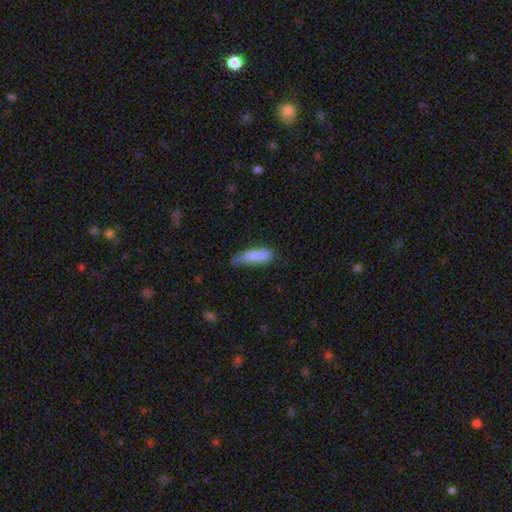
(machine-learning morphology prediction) The model was most divided on "merging": none: 50%, minor disturbance: 37%, major disturbance: 10%, merger: 3%. More confident: smooth or featured — smooth (83%); how rounded — cigar-shaped (66%).